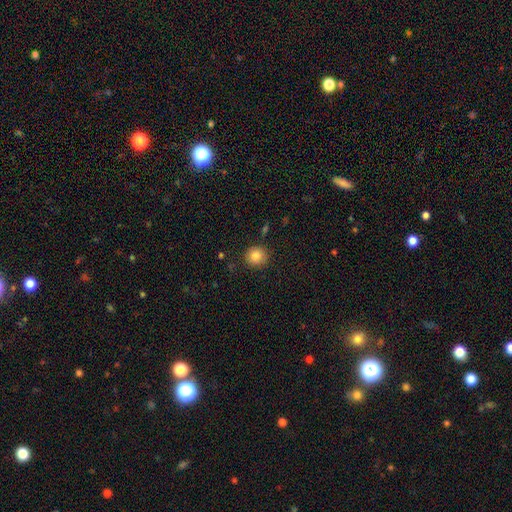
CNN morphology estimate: This is clearly a smooth galaxy (85%). How rounded: clearly round (91%). Merging: clearly none (88%).